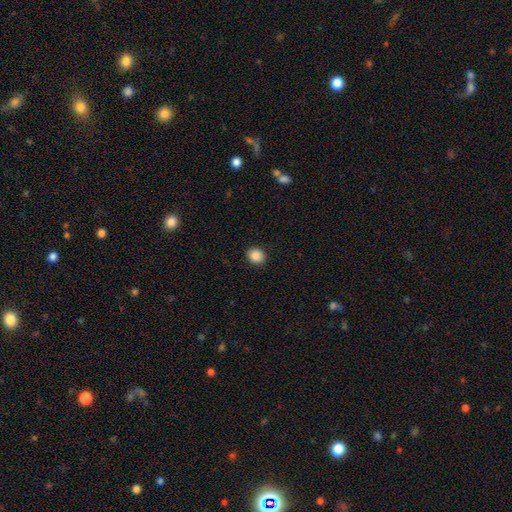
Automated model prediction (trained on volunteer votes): Q: Smooth or featured?
A: smooth (88%); runner-up: star or artifact (9%)
Q: How rounded?
A: round (75%); runner-up: in between (24%)
Q: Merging?
A: none (91%); runner-up: minor disturbance (6%)